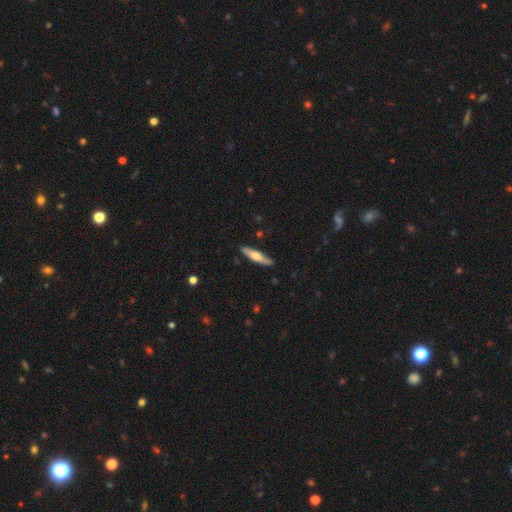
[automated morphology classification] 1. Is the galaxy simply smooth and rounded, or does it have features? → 51% smooth, 44% featured or disk, 5% star or artifact.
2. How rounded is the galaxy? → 82% cigar-shaped, 16% in between, 2% round.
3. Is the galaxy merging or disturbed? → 83% none, 13% minor disturbance, 2% major disturbance, 2% merger.